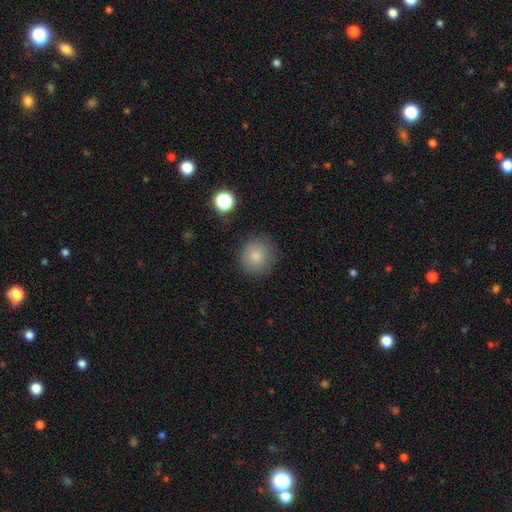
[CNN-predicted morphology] Smooth or featured?
  - smooth: 84% *
  - star or artifact: 10%
  - featured or disk: 6%
How rounded?
  - round: 92% *
  - in between: 7%
  - cigar-shaped: 1%
Merging?
  - none: 85% *
  - minor disturbance: 10%
  - major disturbance: 3%
  - merger: 2%